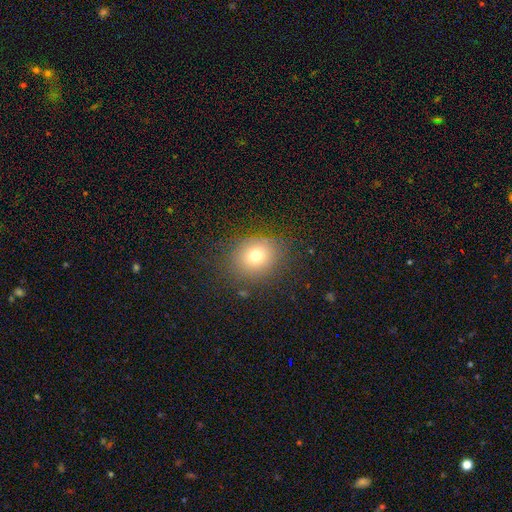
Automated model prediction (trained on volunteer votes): This appears to be a smooth galaxy with no disk features (74%) that is round (71%). Merging: none (83%).